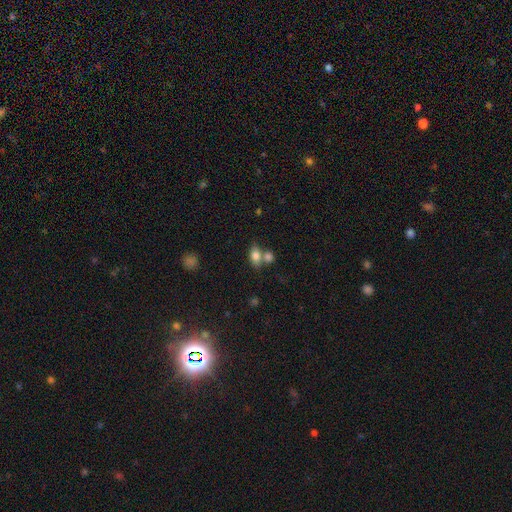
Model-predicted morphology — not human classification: The model was most divided on "merging": none: 46%, merger: 38%, minor disturbance: 11%, major disturbance: 4%. More confident: how rounded — in between (80%); smooth or featured — smooth (78%).